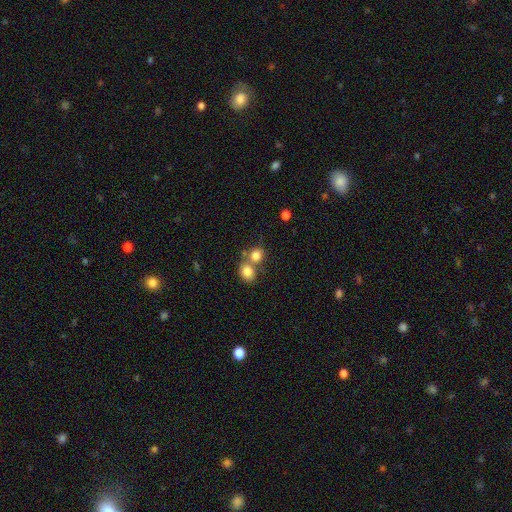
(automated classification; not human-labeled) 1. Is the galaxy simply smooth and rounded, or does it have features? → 81% smooth, 10% star or artifact, 9% featured or disk.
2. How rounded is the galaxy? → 72% round, 27% in between, 1% cigar-shaped.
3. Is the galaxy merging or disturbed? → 49% merger, 40% none, 7% minor disturbance, 3% major disturbance.